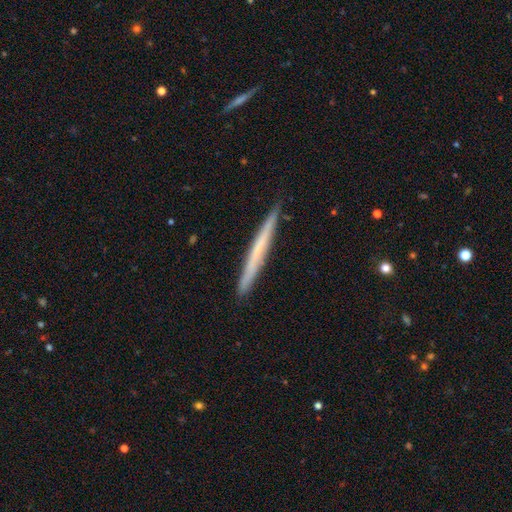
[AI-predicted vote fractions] Overall: smooth (47%; featured or disk 46%). Merging: none (91%).